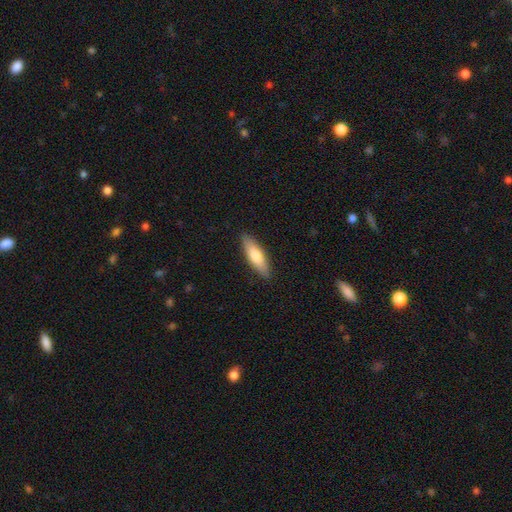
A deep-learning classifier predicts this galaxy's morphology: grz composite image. It shows a smooth galaxy with no disk features (72%) that is cigar-shaped (58%). Merging: none (89%).